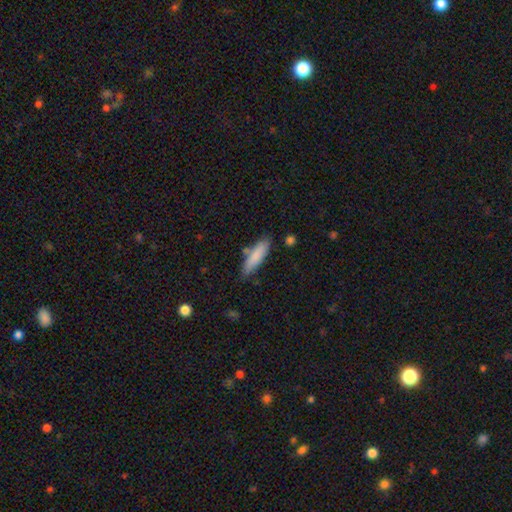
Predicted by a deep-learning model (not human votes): The model was most divided on "how rounded": cigar-shaped: 67%, in between: 31%, round: 2%. More confident: smooth or featured — smooth (83%); merging — none (77%).